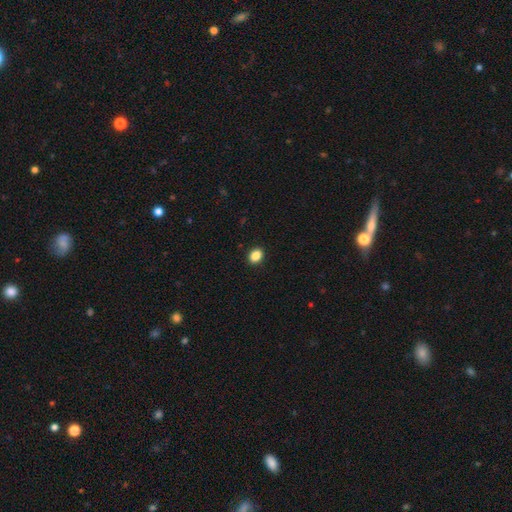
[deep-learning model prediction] Smooth or featured: smooth — 87% (star or artifact — 9%)
How rounded: in between — 54% (round — 45%)
Merging: none — 92% (minor disturbance — 6%)